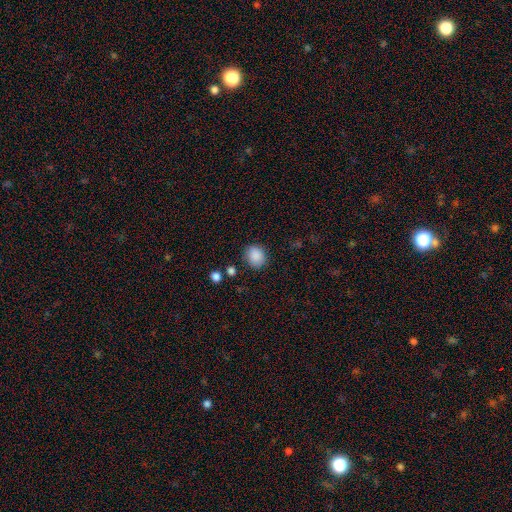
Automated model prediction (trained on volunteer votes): Morphology: type=smooth (88%); roundness=round (70%); merging=none (83%).